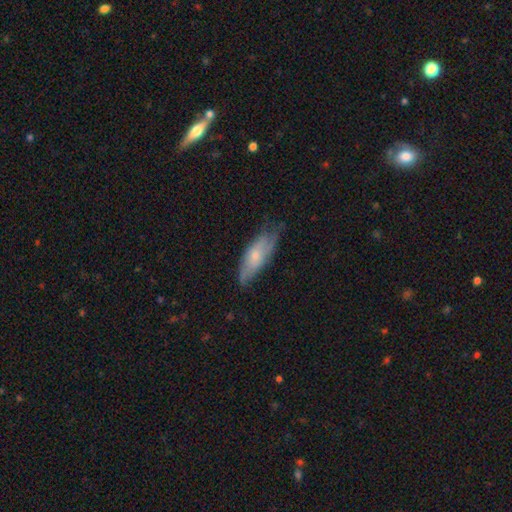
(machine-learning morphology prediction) This is possibly a featured or disk galaxy (47%, tied with smooth). Merging: possibly none (59%).